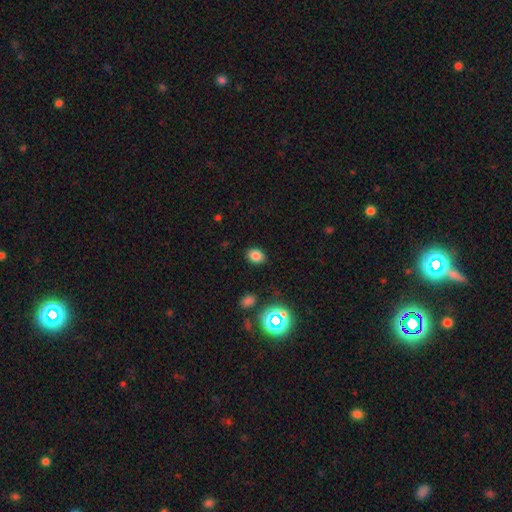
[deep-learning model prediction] Smooth or featured?
  - smooth: 79% *
  - star or artifact: 15%
  - featured or disk: 6%
How rounded?
  - in between: 59% *
  - round: 41%
  - cigar-shaped: 1%
Merging?
  - none: 86% *
  - minor disturbance: 9%
  - major disturbance: 3%
  - merger: 2%